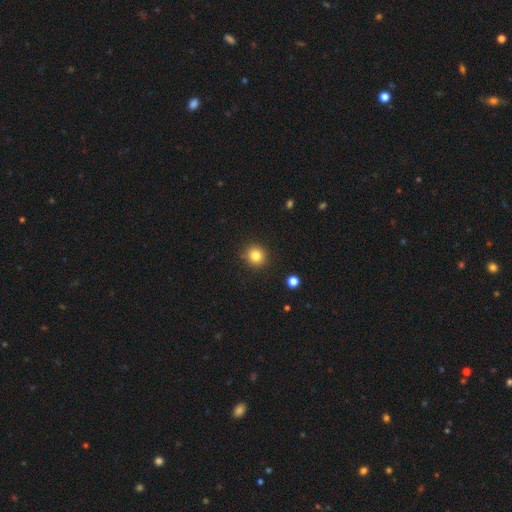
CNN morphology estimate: Smooth or featured? Predicted: smooth (p=0.82). How rounded? Predicted: round (p=0.90). Merging? Predicted: none (p=0.90).